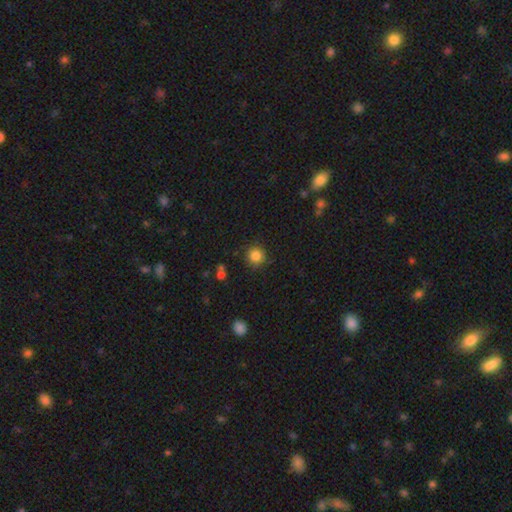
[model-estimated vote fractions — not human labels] Overall: smooth (84%). How rounded: round (94%). Merging: none (88%).